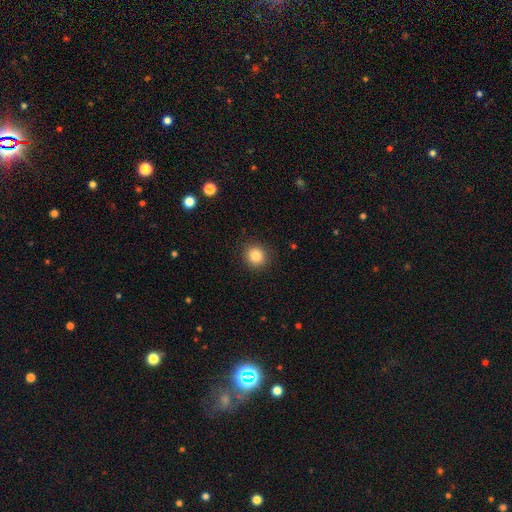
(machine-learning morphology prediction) Overall: smooth (84%). How rounded: round (90%). Merging: none (90%).